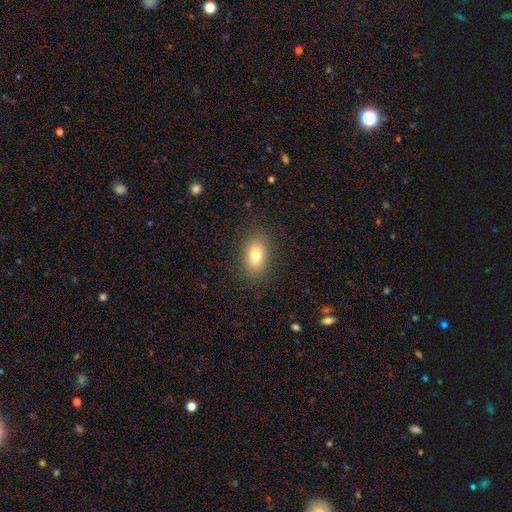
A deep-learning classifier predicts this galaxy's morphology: smooth-or-featured: smooth: 78% | featured or disk: 11% | star or artifact: 10%
  how-rounded: in between: 85% | round: 13% | cigar-shaped: 2%
  merging: none: 86% | minor disturbance: 10% | major disturbance: 3% | merger: 1%